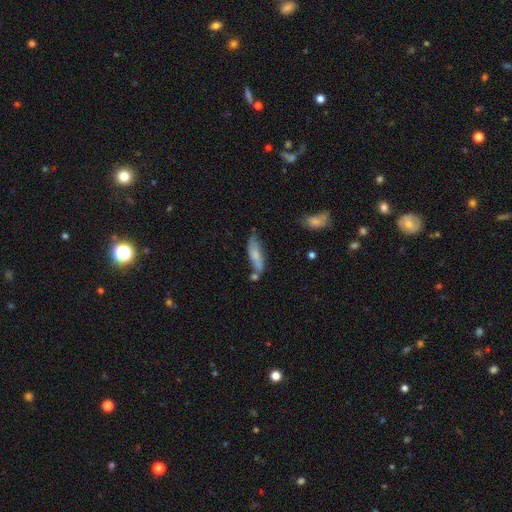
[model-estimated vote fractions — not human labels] The model was most divided on "how rounded": cigar-shaped: 52%, in between: 46%, round: 2%. More confident: smooth or featured — smooth (68%); merging — none (55%).